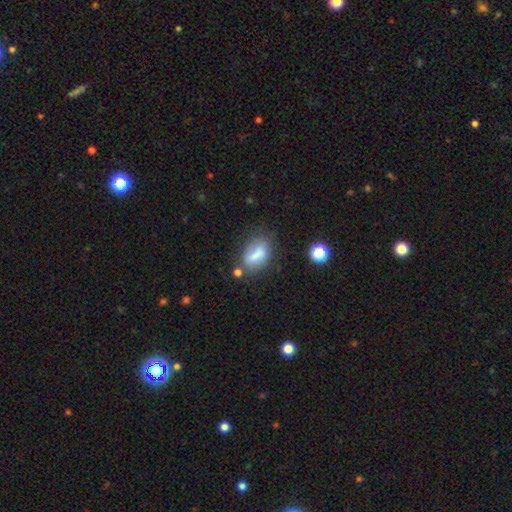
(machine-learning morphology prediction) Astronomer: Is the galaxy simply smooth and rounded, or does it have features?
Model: smooth — 69%.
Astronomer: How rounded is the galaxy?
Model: in between — 83%.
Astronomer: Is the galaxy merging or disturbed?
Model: none — 63%.